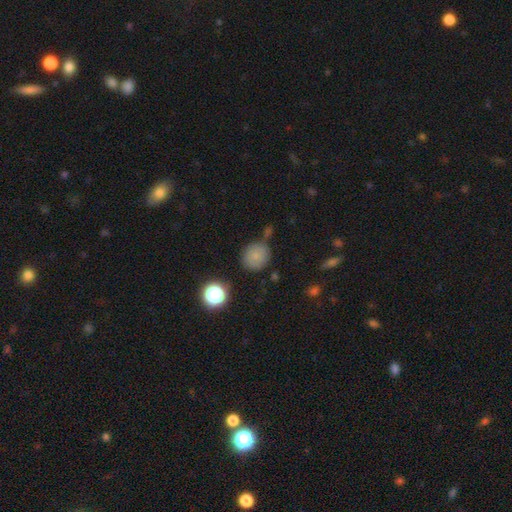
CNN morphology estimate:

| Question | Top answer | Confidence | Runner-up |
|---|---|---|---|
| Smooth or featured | smooth | 79% | star or artifact (13%) |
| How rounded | round | 88% | in between (11%) |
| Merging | none | 70% | minor disturbance (16%) |